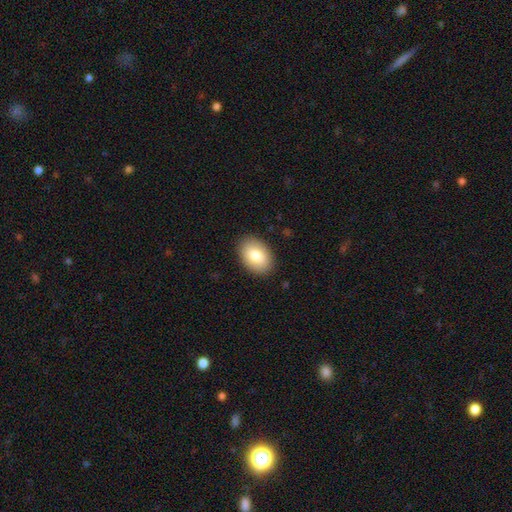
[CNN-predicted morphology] Smooth or featured? smooth (82%)
How rounded? in between (86%)
Merging? none (88%)